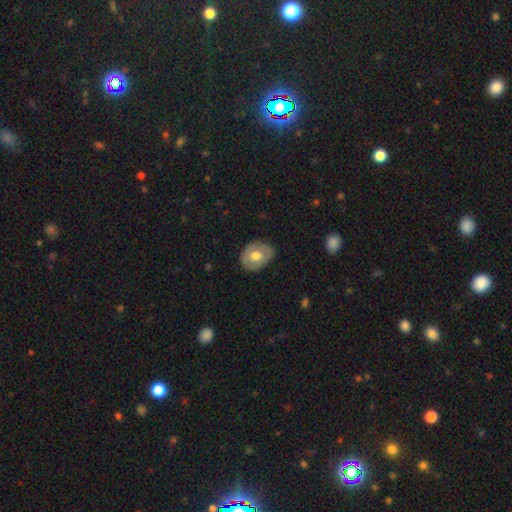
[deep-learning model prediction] Q: Smooth or featured?
A: smooth (55%); runner-up: featured or disk (38%)
Q: How rounded?
A: in between (57%); runner-up: round (42%)
Q: Merging?
A: none (81%); runner-up: minor disturbance (14%)